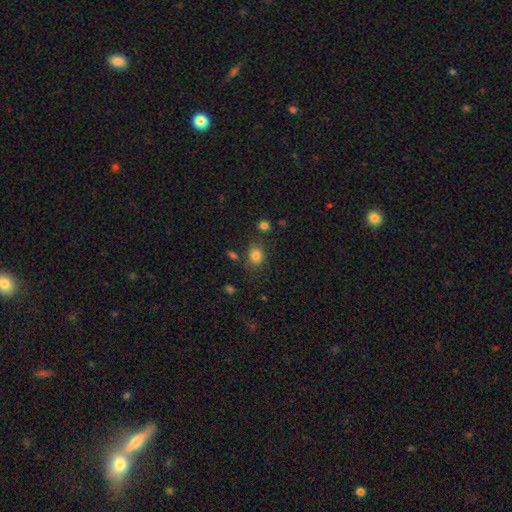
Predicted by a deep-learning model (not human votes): smooth_or_featured: smooth (p=0.82) [alt: star or artifact p=0.12]
how_rounded: round (p=0.58) [alt: in between p=0.41]
merging: none (p=0.74) [alt: minor disturbance p=0.15]